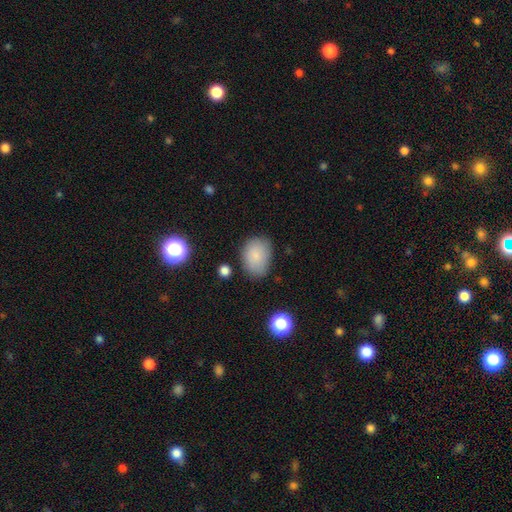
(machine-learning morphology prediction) smooth_or_featured: smooth (p=0.83) [alt: star or artifact p=0.09]
how_rounded: in between (p=0.70) [alt: round p=0.29]
merging: none (p=0.73) [alt: minor disturbance p=0.20]